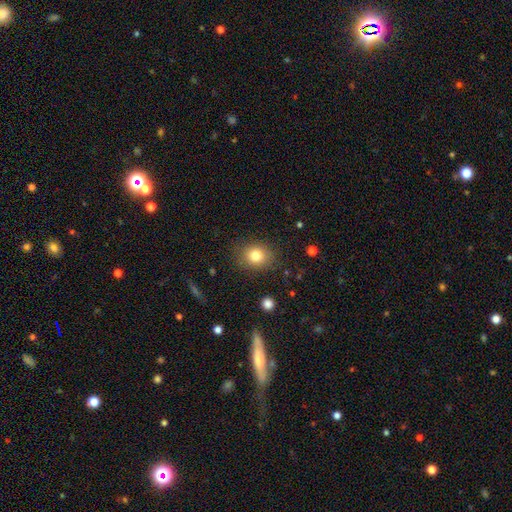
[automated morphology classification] type=smooth (80%); roundness=round (64%); merging=none (85%).